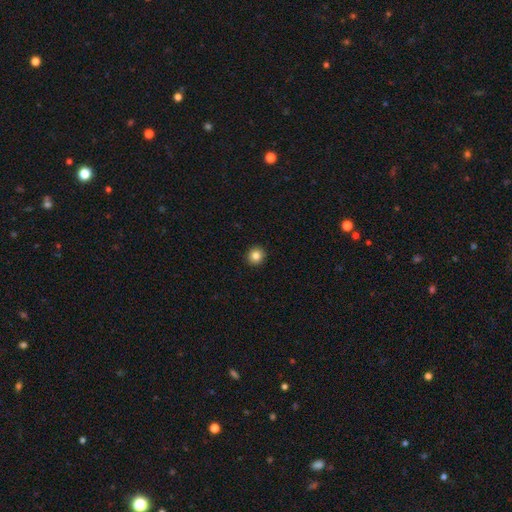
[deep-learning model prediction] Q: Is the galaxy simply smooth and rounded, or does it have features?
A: smooth — 84%.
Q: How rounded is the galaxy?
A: round — 93%.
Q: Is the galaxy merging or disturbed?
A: none — 93%.